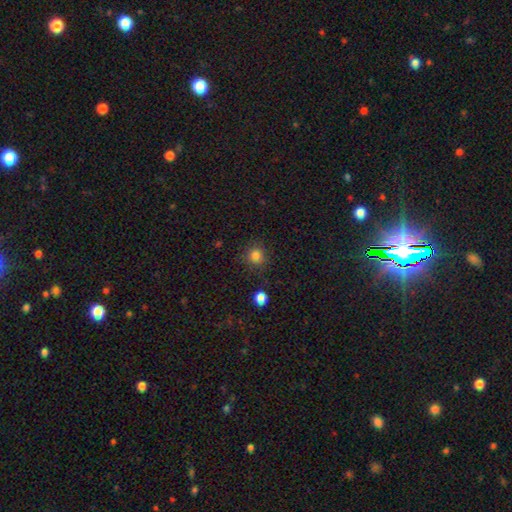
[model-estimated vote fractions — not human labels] Overall: smooth (83%). How rounded: round (90%). Merging: none (85%).